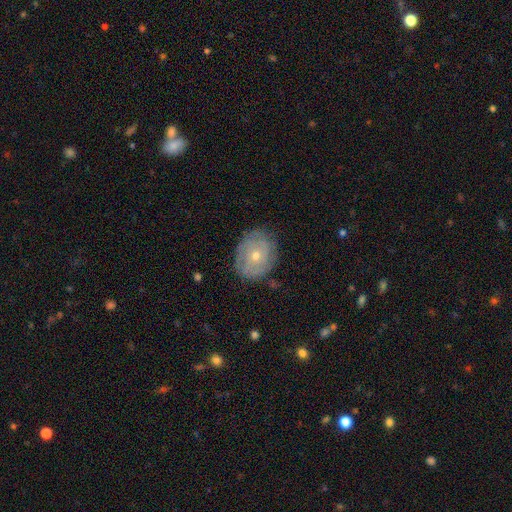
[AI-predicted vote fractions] smooth_or_featured: featured or disk (p=0.61) [alt: smooth p=0.31]
disk_edge_on: no (p=0.96) [alt: yes p=0.04]
bar: no (p=0.84) [alt: weak p=0.14]
has_spiral_arms: yes (p=0.72) [alt: no p=0.28]
bulge_size: small (p=0.56) [alt: moderate p=0.41]
merging: none (p=0.78) [alt: minor disturbance p=0.16]